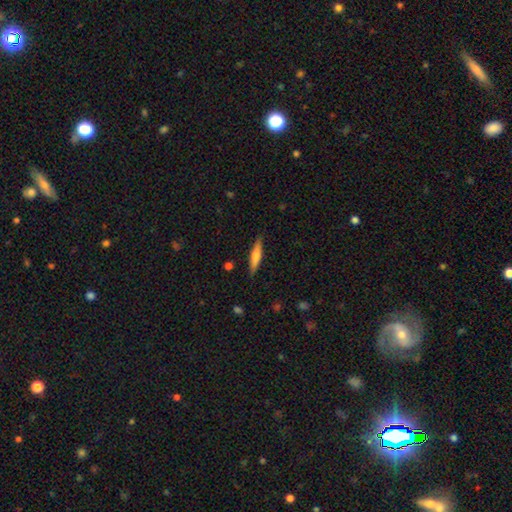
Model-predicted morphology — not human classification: smooth_or_featured: smooth (p=0.60) [alt: featured or disk p=0.34]
how_rounded: cigar-shaped (p=0.85) [alt: in between p=0.13]
merging: none (p=0.88) [alt: minor disturbance p=0.09]